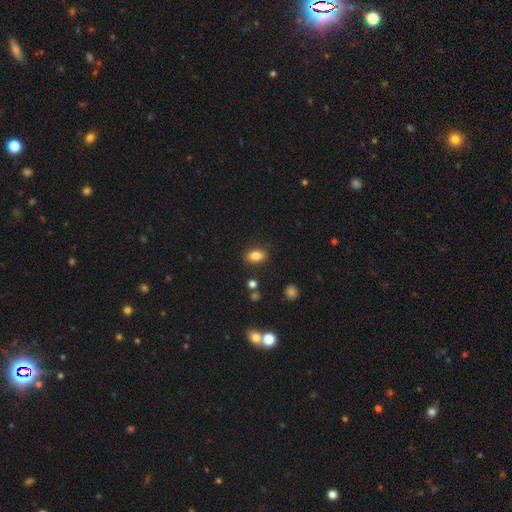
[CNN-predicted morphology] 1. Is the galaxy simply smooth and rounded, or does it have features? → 83% smooth, 10% star or artifact, 7% featured or disk.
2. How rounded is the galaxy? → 84% in between, 14% round, 2% cigar-shaped.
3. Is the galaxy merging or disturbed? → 84% none, 10% minor disturbance, 3% major disturbance, 3% merger.